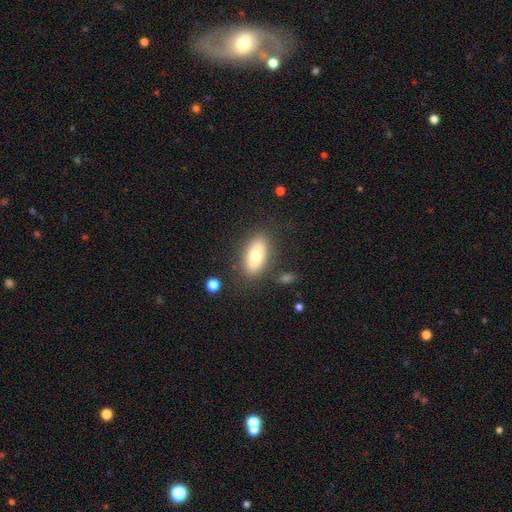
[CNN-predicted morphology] This appears to be a smooth galaxy with no disk features (73%) that is in between round and cigar-shaped (87%). Merging: none (79%).